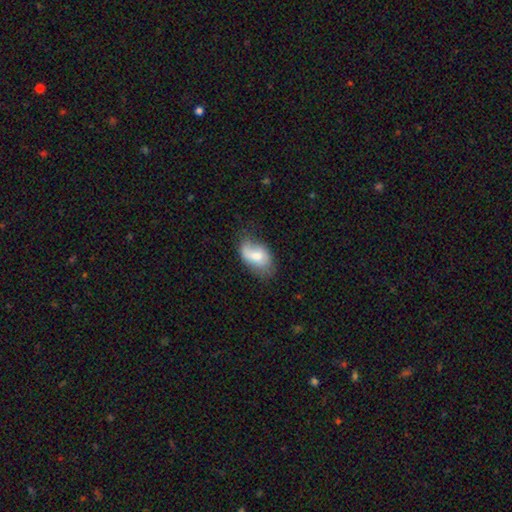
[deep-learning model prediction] smooth-or-featured: smooth: 62% | featured or disk: 30% | star or artifact: 7%
  how-rounded: in between: 91% | round: 8% | cigar-shaped: 2%
  merging: none: 46% | minor disturbance: 35% | major disturbance: 16% | merger: 3%